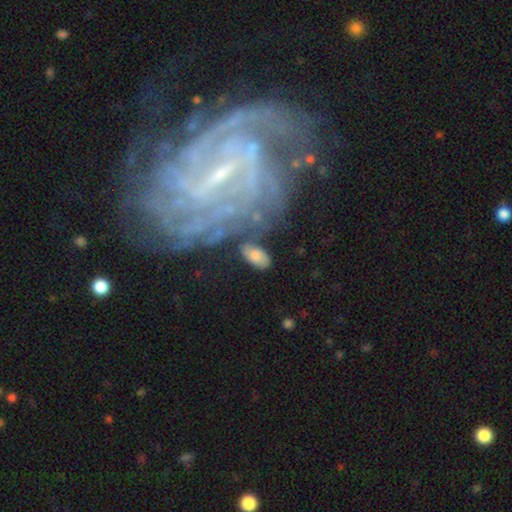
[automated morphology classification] A smooth galaxy with no disk features (69%) that is in between round and cigar-shaped (92%). Merging: none (60%).